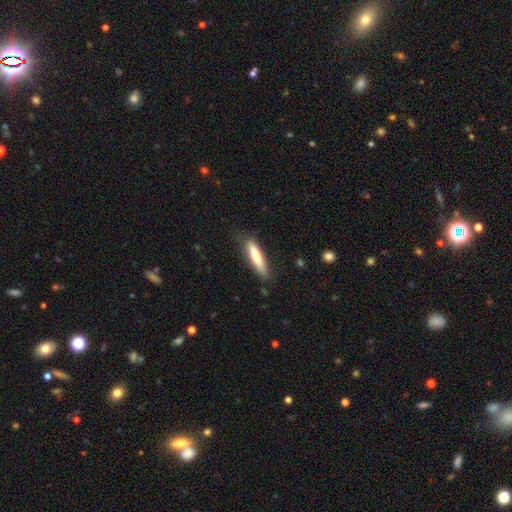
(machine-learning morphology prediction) The model was most divided on "smooth or featured": smooth: 76%, featured or disk: 18%, star or artifact: 6%. More confident: how rounded — cigar-shaped (82%); merging — none (77%).